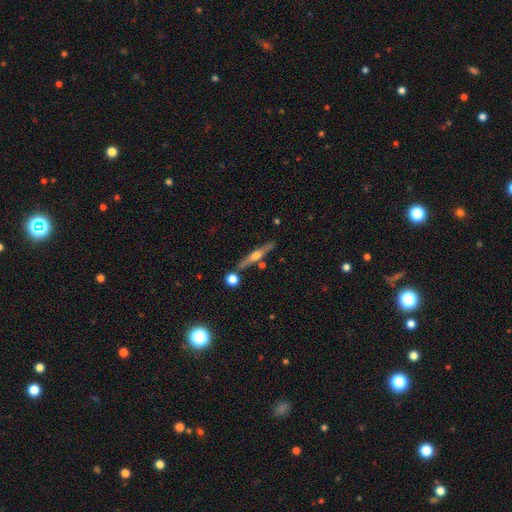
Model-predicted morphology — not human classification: The model was most divided on "smooth or featured": featured or disk: 69%, smooth: 25%, star or artifact: 6%. More confident: edge-on disk — yes (96%); edge-on bulge — rounded (92%); merging — none (81%).